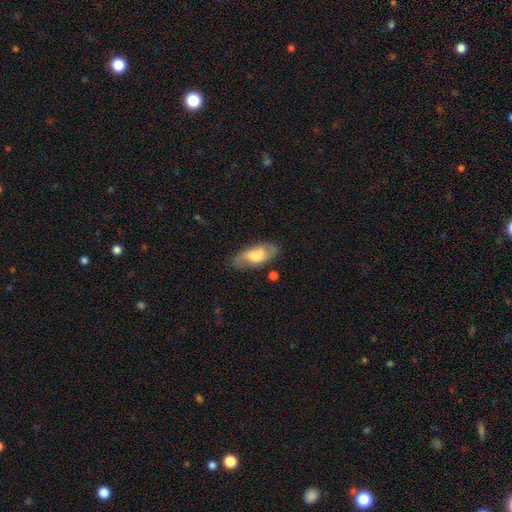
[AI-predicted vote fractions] Smooth or featured? Predicted: smooth (p=0.59). How rounded? Predicted: in between (p=0.84). Merging? Predicted: none (p=0.74).